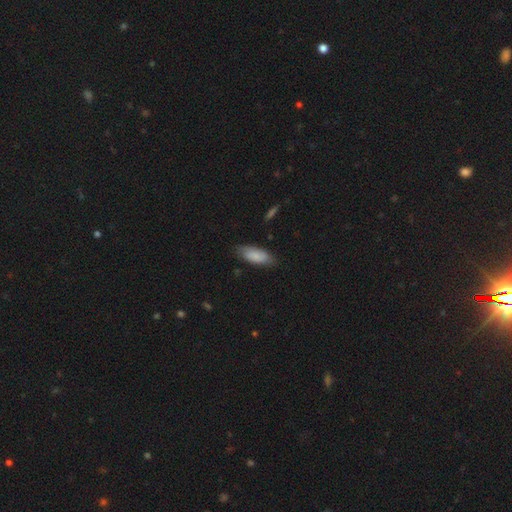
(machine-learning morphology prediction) Smooth or featured?
  - smooth: 82% *
  - featured or disk: 12%
  - star or artifact: 6%
How rounded?
  - in between: 79% *
  - cigar-shaped: 19%
  - round: 2%
Merging?
  - none: 77% *
  - minor disturbance: 18%
  - major disturbance: 3%
  - merger: 1%